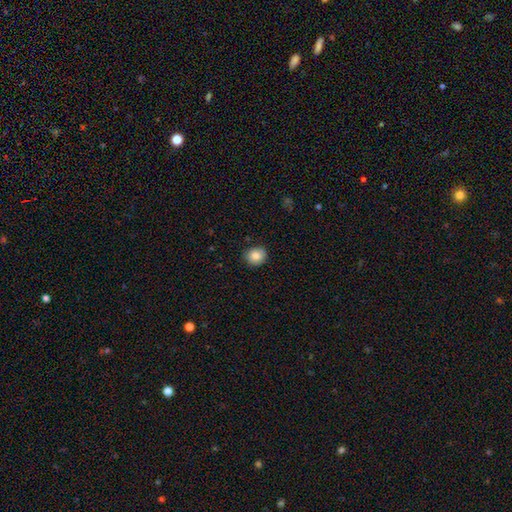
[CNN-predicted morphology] smooth 84%, star or artifact 9%, featured or disk 7%. Down the decision tree: how rounded — round (78%); merging — none (89%).